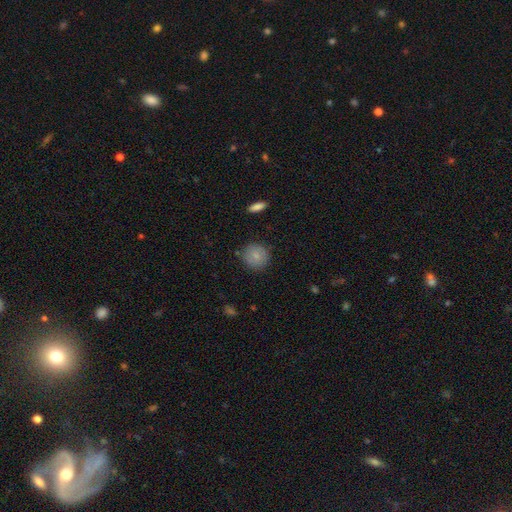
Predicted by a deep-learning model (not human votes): Overall: smooth (84%). How rounded: round (89%). Merging: none (86%).